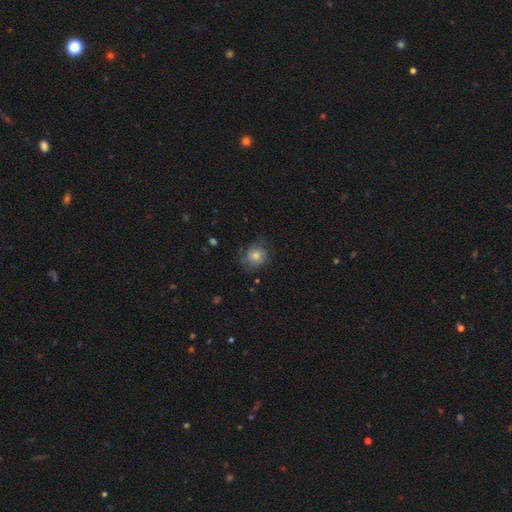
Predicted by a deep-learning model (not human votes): Overall: smooth (72%). How rounded: round (78%). Merging: none (64%; minor disturbance 24%).